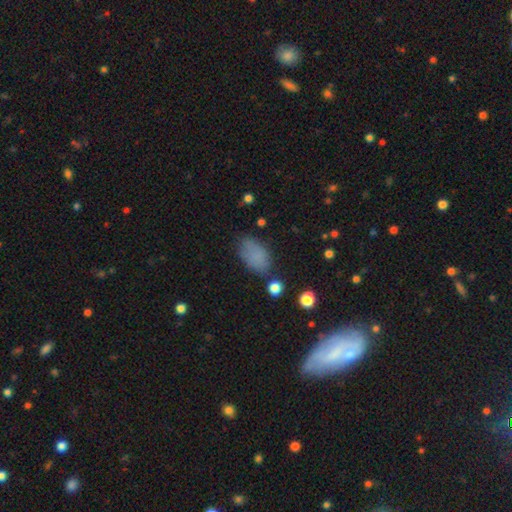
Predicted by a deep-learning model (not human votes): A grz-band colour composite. It shows a smooth galaxy with no disk features (80%) that is in between round and cigar-shaped (91%). Merging: none (67%).